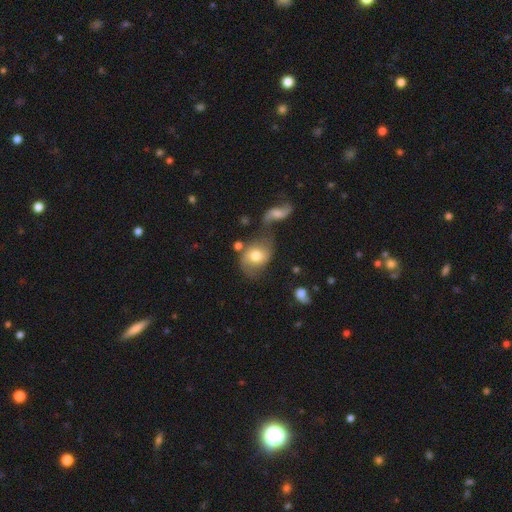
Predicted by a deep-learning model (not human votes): smooth_or_featured: smooth (p=0.57) [alt: featured or disk p=0.34]
how_rounded: in between (p=0.57) [alt: round p=0.42]
merging: none (p=0.48) [alt: minor disturbance p=0.21]